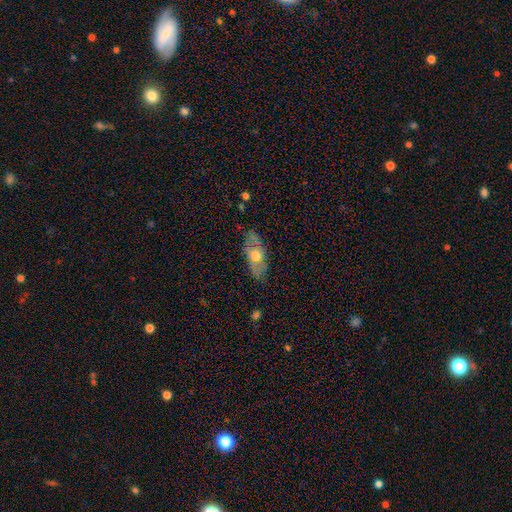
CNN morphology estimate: The model was most divided on "smooth or featured": featured or disk: 49%, smooth: 44%, star or artifact: 8%. More confident: merging — none (75%).